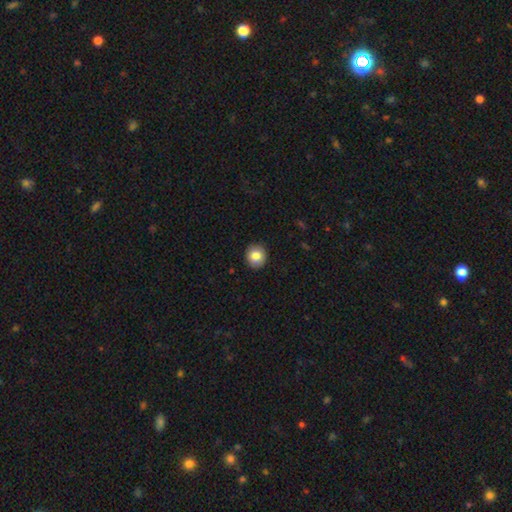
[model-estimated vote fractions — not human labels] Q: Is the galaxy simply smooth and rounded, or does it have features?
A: smooth — 84%.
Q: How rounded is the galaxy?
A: round — 86%.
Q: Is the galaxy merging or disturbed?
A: none — 92%.